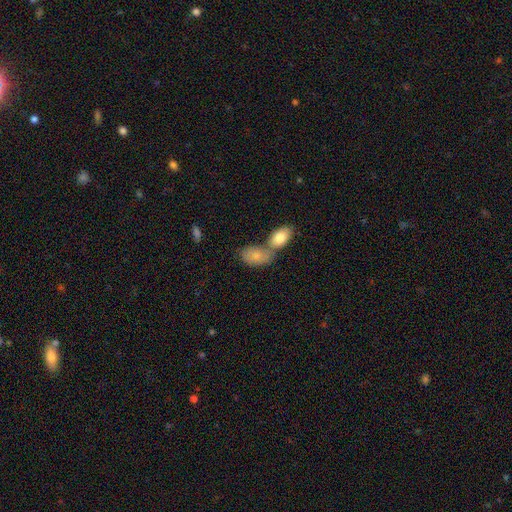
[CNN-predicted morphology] smooth 77%, featured or disk 16%, star or artifact 7%. Down the decision tree: how rounded — in between (91%); merging — merger (58%).